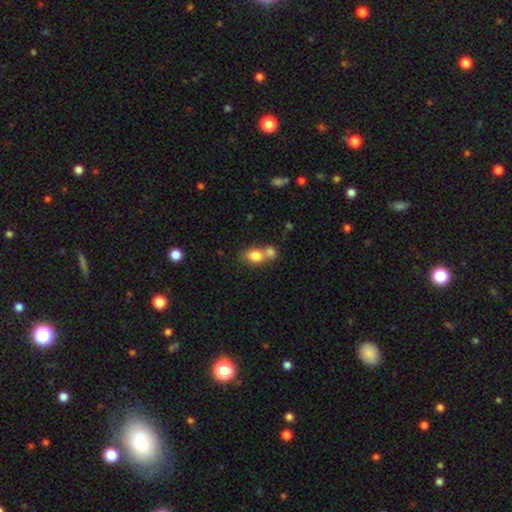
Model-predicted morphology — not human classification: Smooth or featured? smooth (80%)
How rounded? in between (61%)
Merging? merger (54%)